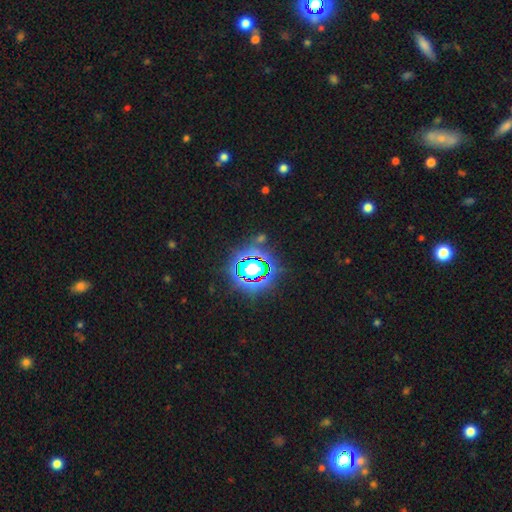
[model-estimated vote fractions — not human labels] Morphology: type=star or artifact (82%).